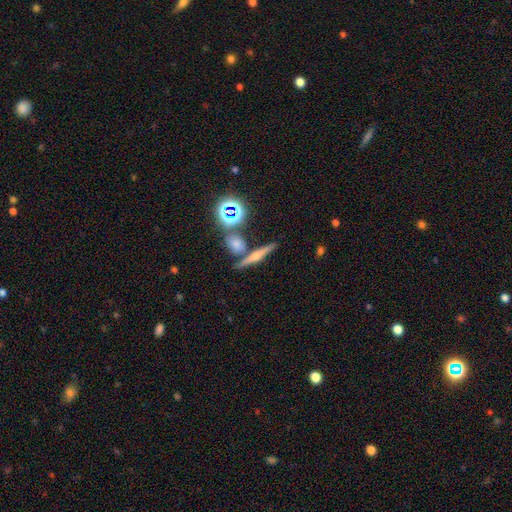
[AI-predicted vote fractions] featured or disk 54%, smooth 30%, star or artifact 16%. Down the decision tree: edge-on disk — yes (93%); edge-on bulge — rounded (83%); merging — none (76%).